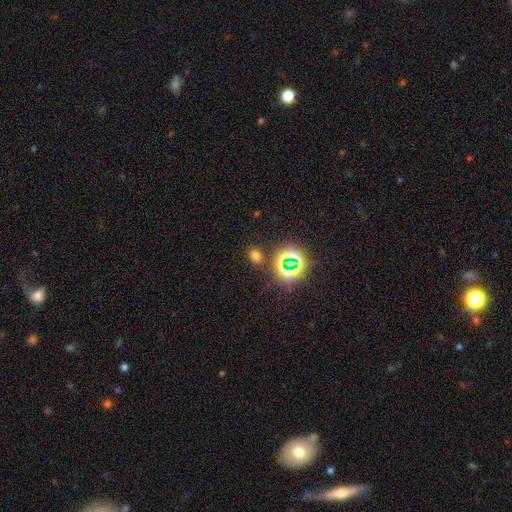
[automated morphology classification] This appears to be a smooth galaxy with no disk features (58%) that is in between round and cigar-shaped (60%). Merging: none (82%).